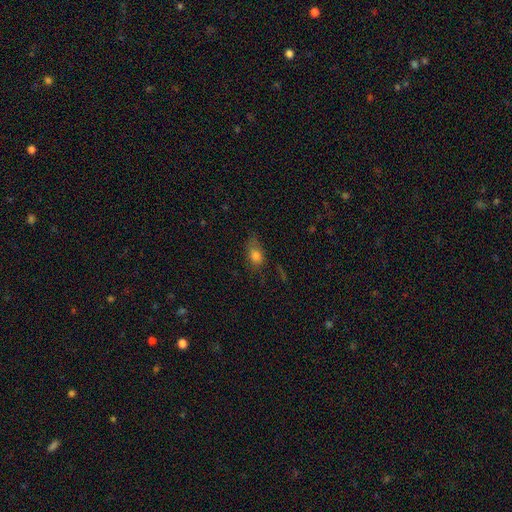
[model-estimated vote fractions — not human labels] Smooth or featured: smooth — 76% (star or artifact — 13%)
How rounded: in between — 76% (round — 19%)
Merging: none — 60% (minor disturbance — 27%)